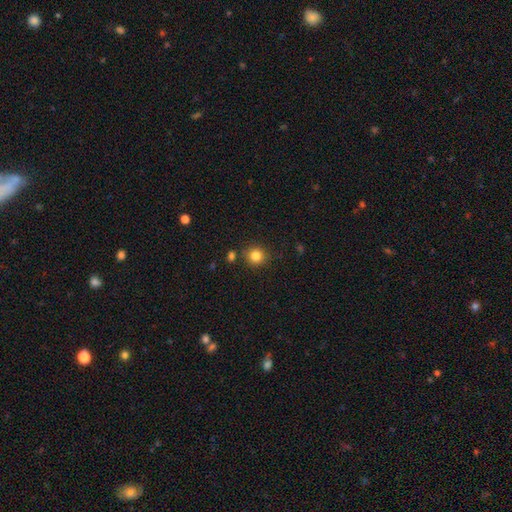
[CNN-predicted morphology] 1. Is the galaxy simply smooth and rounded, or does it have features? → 83% smooth, 12% star or artifact, 5% featured or disk.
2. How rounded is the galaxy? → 91% round, 8% in between, 1% cigar-shaped.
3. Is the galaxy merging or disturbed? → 84% none, 9% minor disturbance, 5% merger, 3% major disturbance.